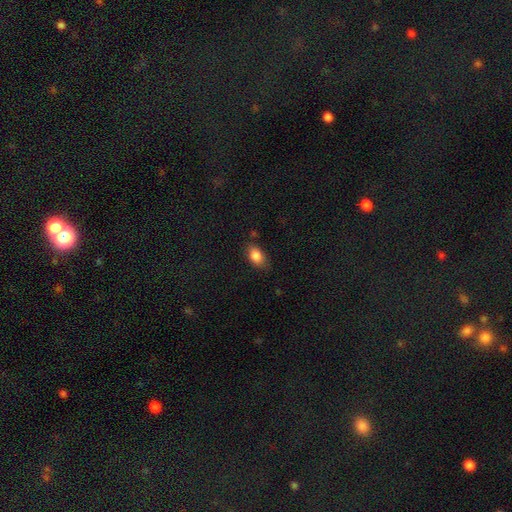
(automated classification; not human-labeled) Smooth or featured: smooth — 85% (star or artifact — 8%)
How rounded: in between — 87% (round — 11%)
Merging: none — 77% (minor disturbance — 17%)